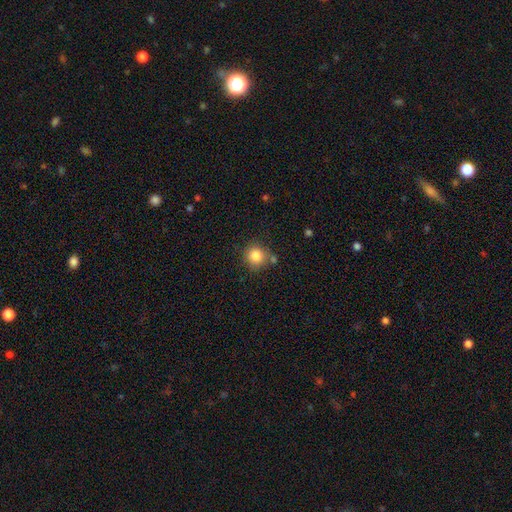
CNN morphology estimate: smooth_or_featured: smooth (p=0.84) [alt: star or artifact p=0.11]
how_rounded: round (p=0.91) [alt: in between p=0.08]
merging: none (p=0.74) [alt: minor disturbance p=0.13]